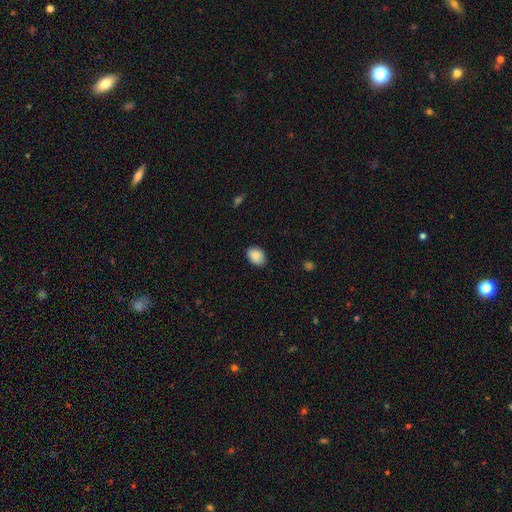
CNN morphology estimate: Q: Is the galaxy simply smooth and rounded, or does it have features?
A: smooth — 87%.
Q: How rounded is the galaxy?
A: in between — 75%.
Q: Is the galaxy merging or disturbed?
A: none — 84%.